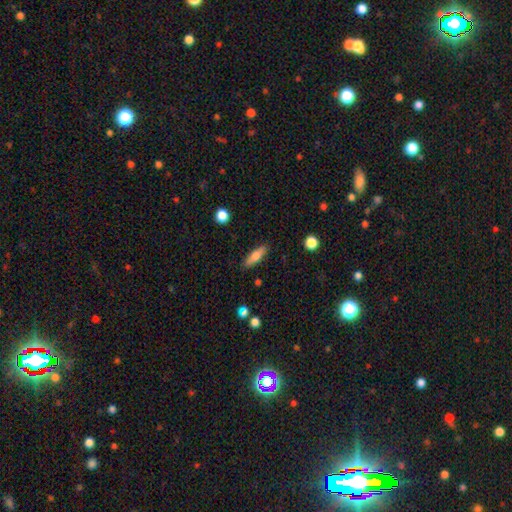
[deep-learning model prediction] The model was most divided on "how rounded": cigar-shaped: 53%, in between: 44%, round: 3%. More confident: merging — none (87%); smooth or featured — smooth (69%).